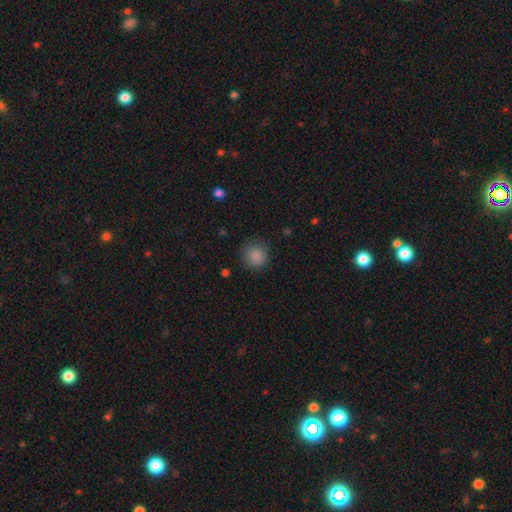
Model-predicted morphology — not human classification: The model was most divided on "merging": none: 86%, minor disturbance: 10%, major disturbance: 3%, merger: 1%. More confident: how rounded — round (92%); smooth or featured — smooth (87%).